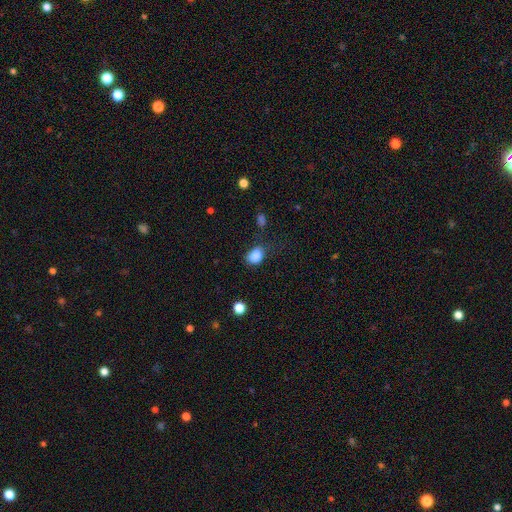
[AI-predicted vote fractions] Smooth or featured: smooth — 85% (star or artifact — 10%)
How rounded: in between — 61% (round — 38%)
Merging: none — 60% (minor disturbance — 27%)